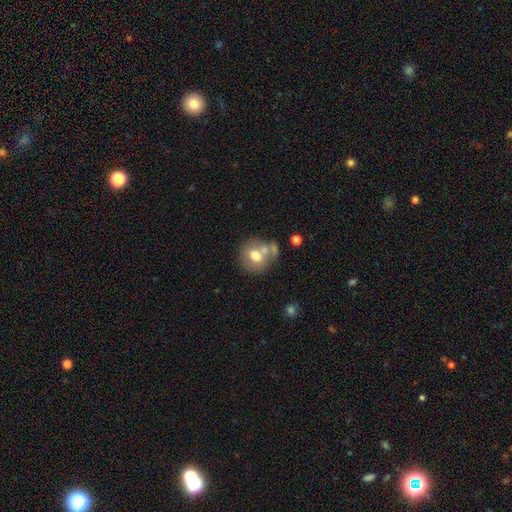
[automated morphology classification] Smooth or featured: smooth — 66% (featured or disk — 25%)
How rounded: round — 78% (in between — 21%)
Merging: none — 50% (merger — 29%)